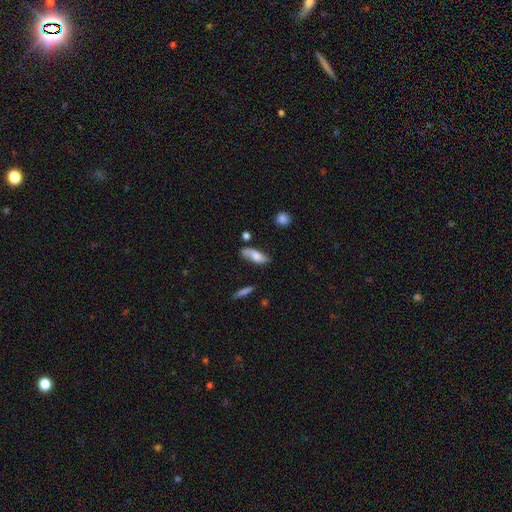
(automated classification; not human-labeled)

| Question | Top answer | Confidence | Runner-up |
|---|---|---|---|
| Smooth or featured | smooth | 61% | featured or disk (32%) |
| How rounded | in between | 66% | cigar-shaped (31%) |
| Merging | none | 66% | minor disturbance (23%) |